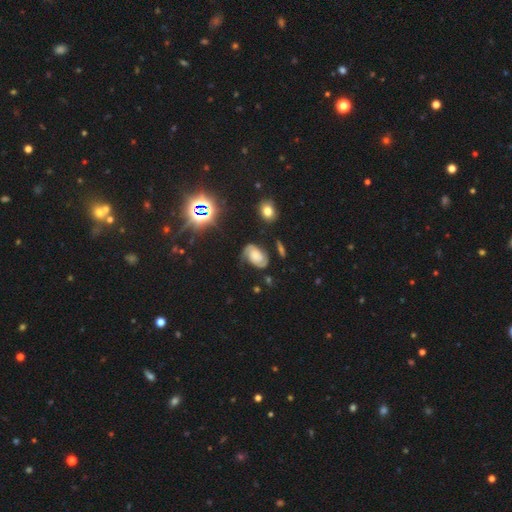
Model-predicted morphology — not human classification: Overall: featured or disk (67%). Edge-on disk: no (97%). Bar: no (69%). Spiral arms: yes (92%). Spiral arm count: 2 (80%). Spiral winding: tight (46%; medium 39%). Bulge size: small (37%; moderate 32%). Merging: none (63%).